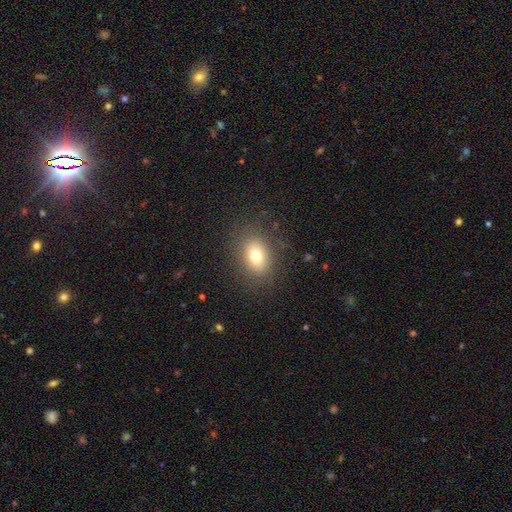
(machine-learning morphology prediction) smooth-or-featured: smooth: 74% | featured or disk: 13% | star or artifact: 13%
  how-rounded: in between: 62% | round: 37% | cigar-shaped: 1%
  merging: none: 85% | minor disturbance: 9% | major disturbance: 4% | merger: 1%